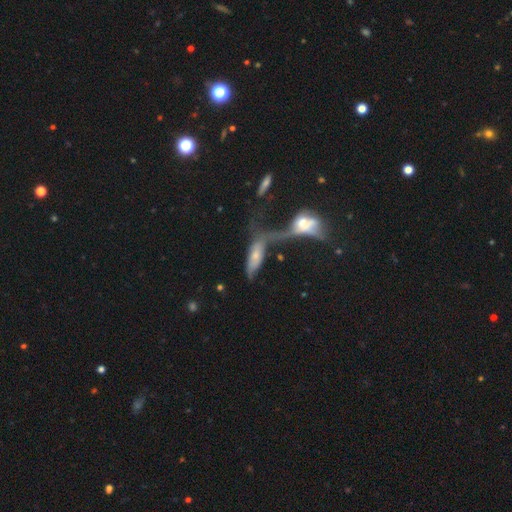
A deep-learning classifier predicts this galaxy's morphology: This appears to be a smooth galaxy with no disk features (50%). Merging: merger (57%).